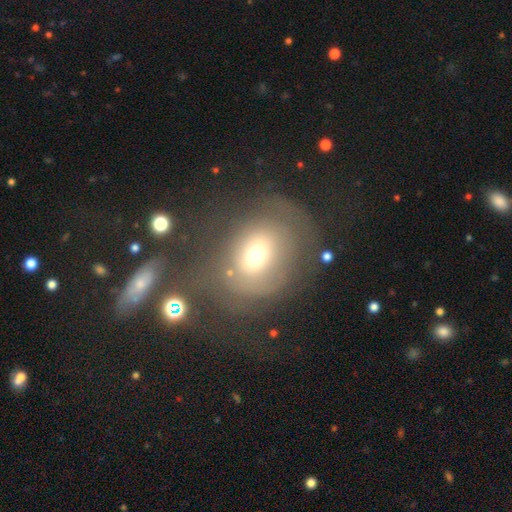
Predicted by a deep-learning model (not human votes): smooth 56%, featured or disk 30%, star or artifact 13%. Down the decision tree: how rounded — round (61%); merging — none (44%).